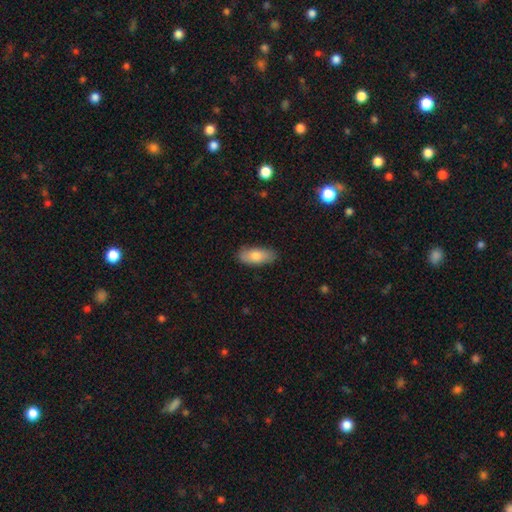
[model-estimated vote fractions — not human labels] Smooth or featured: smooth — 79% (featured or disk — 15%)
How rounded: in between — 84% (cigar-shaped — 14%)
Merging: none — 84% (minor disturbance — 13%)